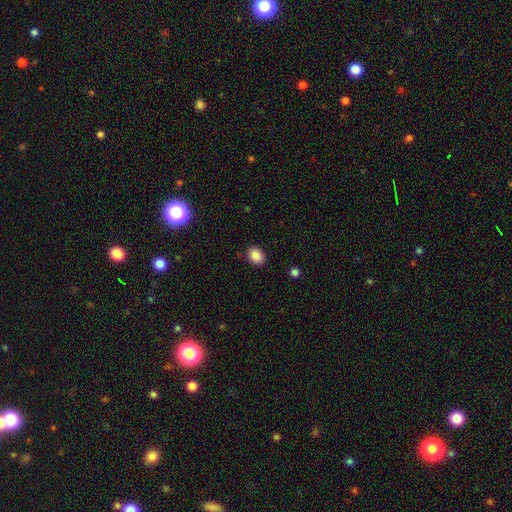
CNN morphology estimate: Q: Smooth or featured?
A: smooth (87%); runner-up: star or artifact (9%)
Q: How rounded?
A: in between (61%); runner-up: round (38%)
Q: Merging?
A: none (86%); runner-up: minor disturbance (10%)